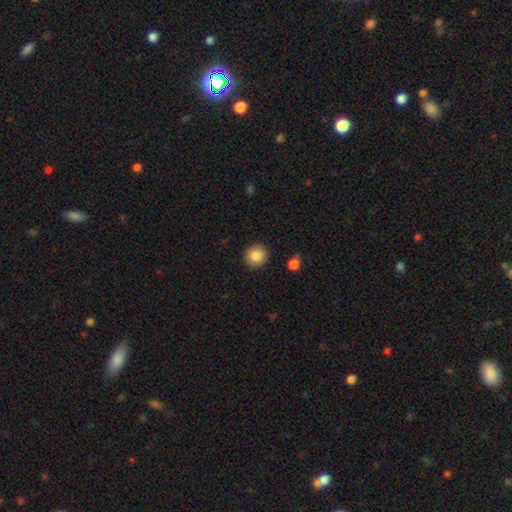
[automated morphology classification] smooth-or-featured: smooth: 86% | star or artifact: 8% | featured or disk: 6%
  how-rounded: round: 91% | in between: 8% | cigar-shaped: 1%
  merging: none: 90% | minor disturbance: 6% | major disturbance: 2% | merger: 2%